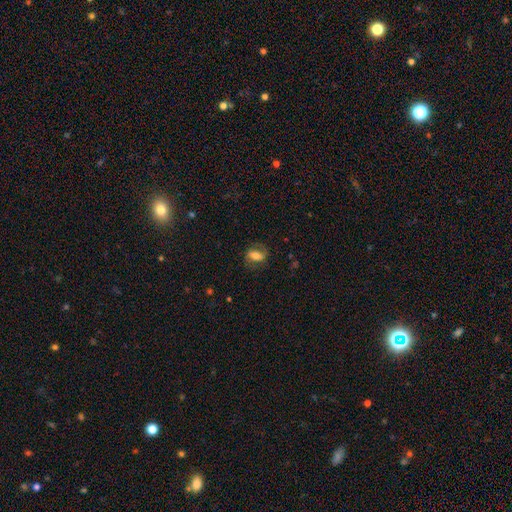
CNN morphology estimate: A featured or disk galaxy (47%).

Vote fractions:
- Smooth or featured? featured or disk: 47% / smooth: 44% / star or artifact: 8%
- Merging? none: 69% / minor disturbance: 18% / major disturbance: 12% / merger: 1%